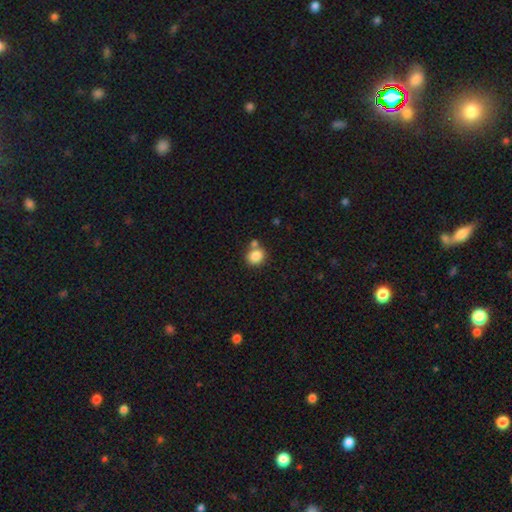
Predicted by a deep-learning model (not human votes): The model was most divided on "merging": none: 62%, merger: 23%, minor disturbance: 11%, major disturbance: 4%. More confident: smooth or featured — smooth (84%); how rounded — round (74%).